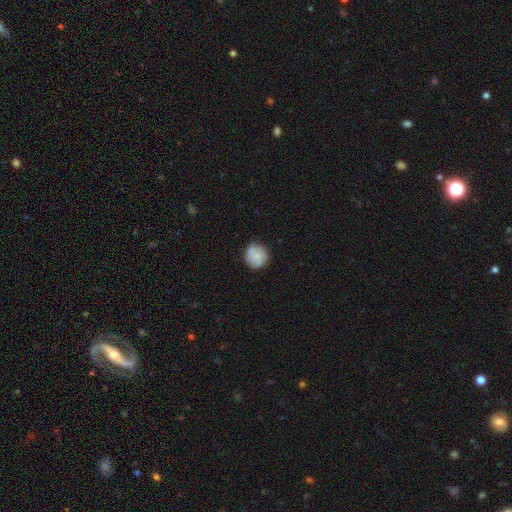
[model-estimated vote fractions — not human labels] Morphology: type=smooth (75%); roundness=round (89%); merging=none (77%).